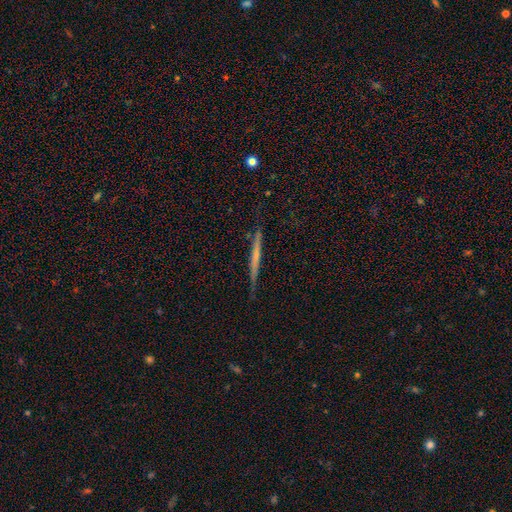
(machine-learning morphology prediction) smooth-or-featured: featured or disk: 54% | smooth: 39% | star or artifact: 6%
  disk-edge-on: yes: 97% | no: 3%
    edge-on-bulge: none: 79% | rounded: 15% | boxy: 6%
  merging: none: 84% | minor disturbance: 12% | major disturbance: 2% | merger: 2%